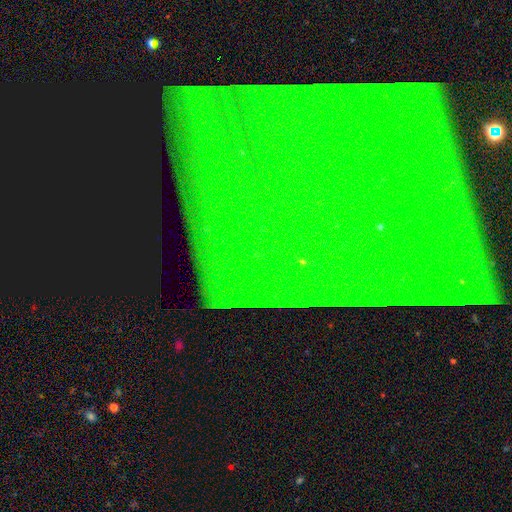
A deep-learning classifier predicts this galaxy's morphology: A star or artifact, not a galaxy (86%).